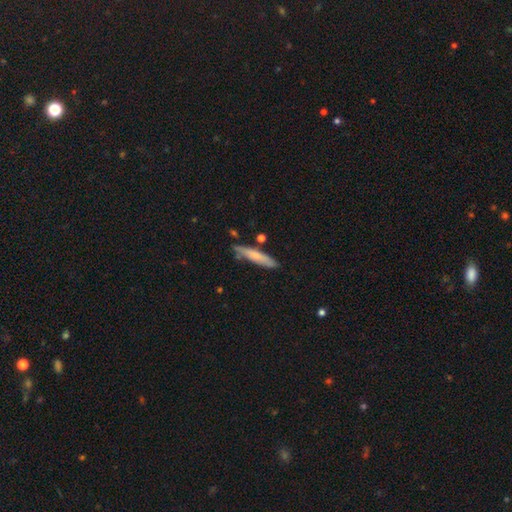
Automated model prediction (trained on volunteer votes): The model was most divided on "smooth or featured": smooth: 66%, featured or disk: 28%, star or artifact: 6%. More confident: how rounded — cigar-shaped (88%); merging — none (77%).